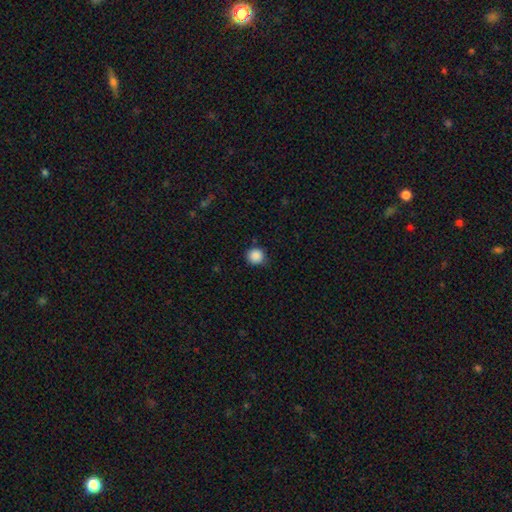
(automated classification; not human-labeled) Smooth or featured? smooth (88%)
How rounded? round (92%)
Merging? none (83%)